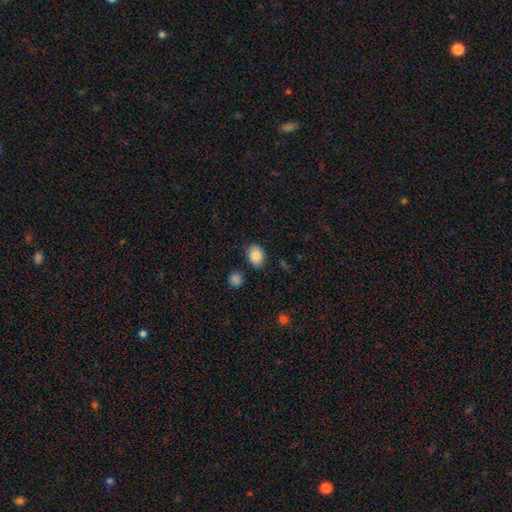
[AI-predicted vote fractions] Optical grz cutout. It shows a smooth galaxy with no disk features (86%) that is in between round and cigar-shaped (67%). Merging: none (82%).